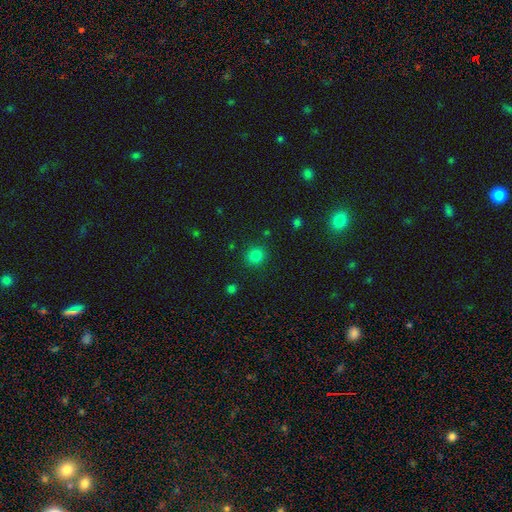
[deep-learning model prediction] Morphology: type=smooth (81%); roundness=round (87%); merging=none (88%).